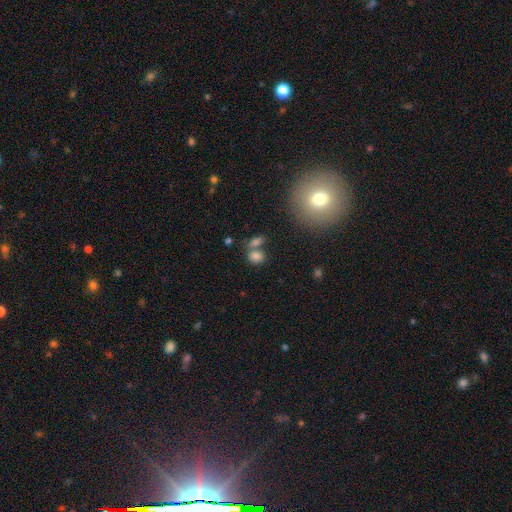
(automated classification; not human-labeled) Smooth or featured: smooth — 79% (star or artifact — 12%)
How rounded: in between — 62% (round — 35%)
Merging: none — 46% (merger — 38%)